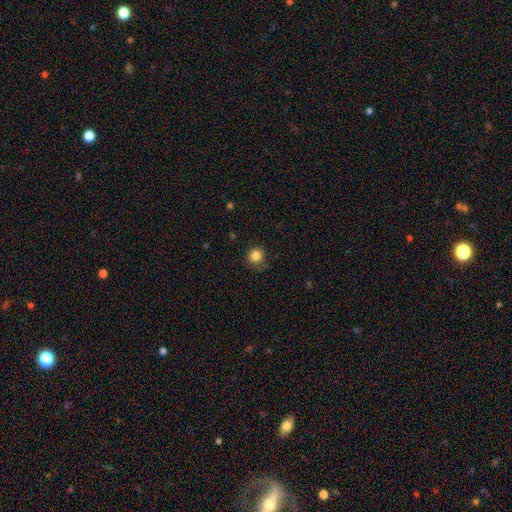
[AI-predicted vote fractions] Morphology: type=smooth (84%); roundness=round (91%); merging=none (80%).